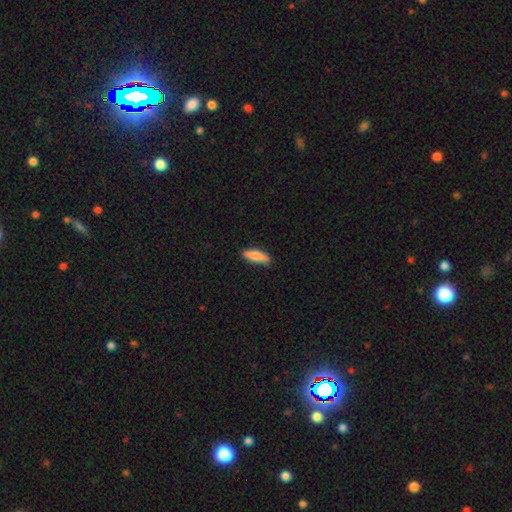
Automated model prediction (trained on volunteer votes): A smooth galaxy with no disk features (82%) that is cigar-shaped (63%). Merging: none (83%).